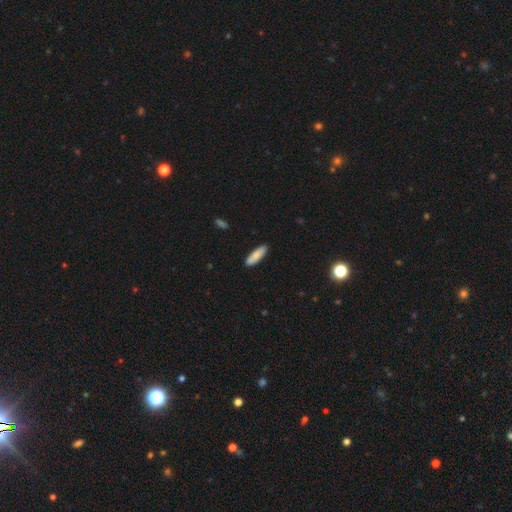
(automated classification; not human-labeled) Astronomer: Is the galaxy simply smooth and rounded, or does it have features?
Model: smooth — 84%.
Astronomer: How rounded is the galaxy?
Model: cigar-shaped — 56% (runner-up: in between, 42%).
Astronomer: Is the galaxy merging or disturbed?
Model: none — 89%.